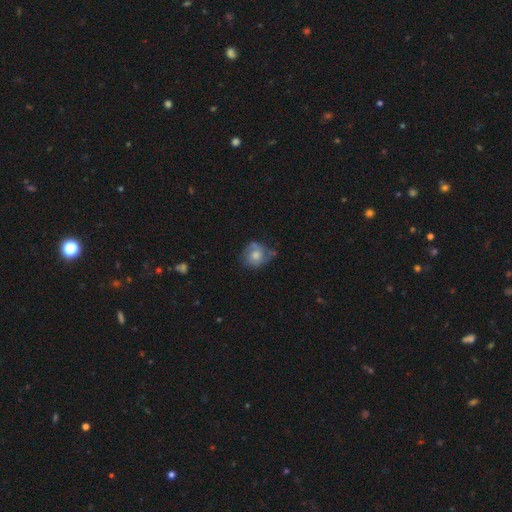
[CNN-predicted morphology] smooth 54%, featured or disk 35%, star or artifact 10%. Down the decision tree: how rounded — round (73%); merging — none (54%).